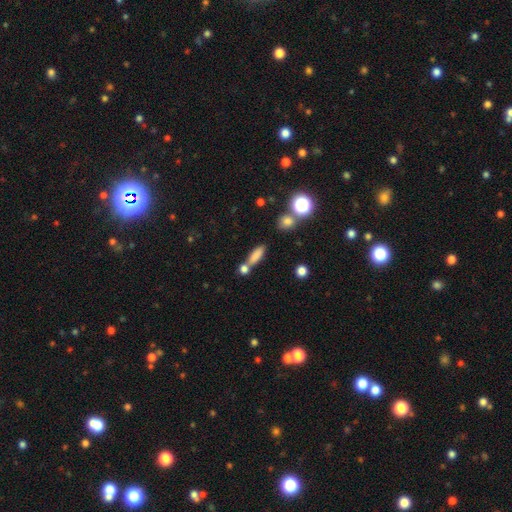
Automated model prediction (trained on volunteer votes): Smooth or featured? smooth (79%)
How rounded? in between (48%)
Merging? none (55%)